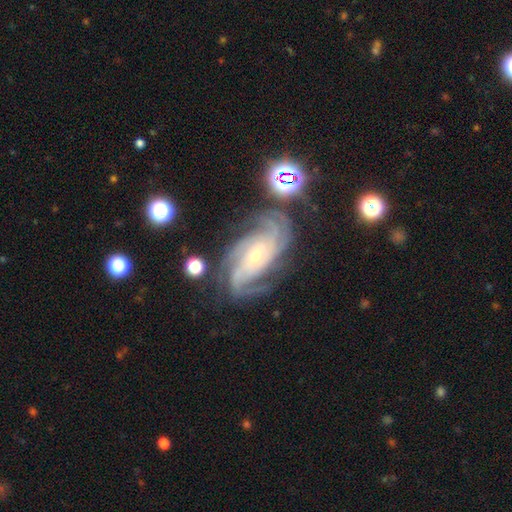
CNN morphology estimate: Smooth or featured? Predicted: featured or disk (p=0.89). Edge-on disk? Predicted: no (p=0.96). Bar? Predicted: no (p=0.66). Spiral arms? Predicted: yes (p=0.98). Spiral winding? Predicted: tight (p=0.55). Spiral arm count? Predicted: 4 (p=0.36). Bulge size? Predicted: small (p=0.70). Merging? Predicted: none (p=0.69).